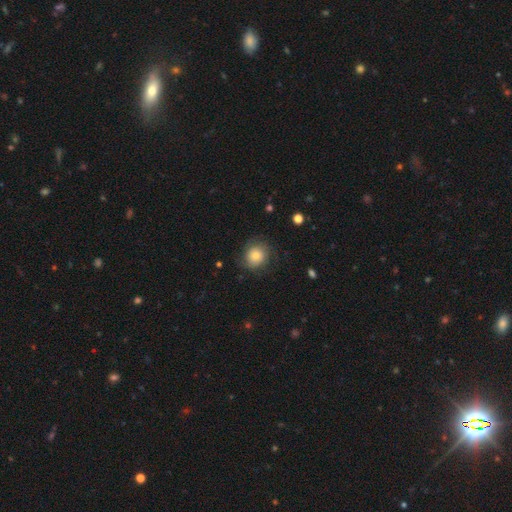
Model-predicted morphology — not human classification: Smooth or featured? smooth (72%)
How rounded? round (82%)
Merging? none (73%)